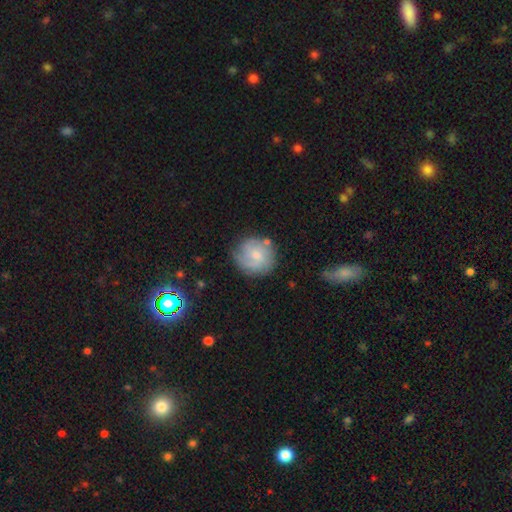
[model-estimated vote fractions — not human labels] Smooth or featured: smooth — 47% (featured or disk — 46%)
Merging: none — 72% (minor disturbance — 18%)